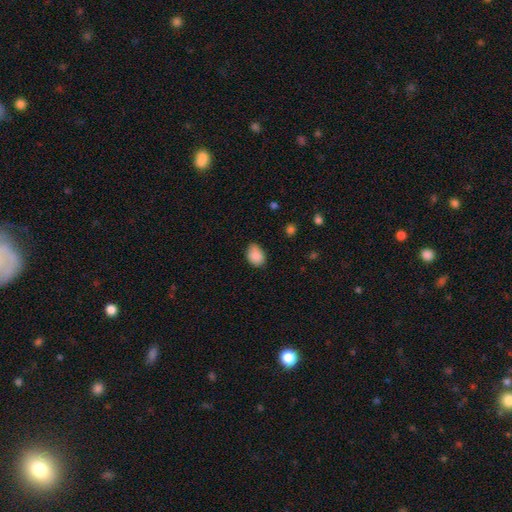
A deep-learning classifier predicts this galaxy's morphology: type=smooth (88%); roundness=in between (77%); merging=none (67%).